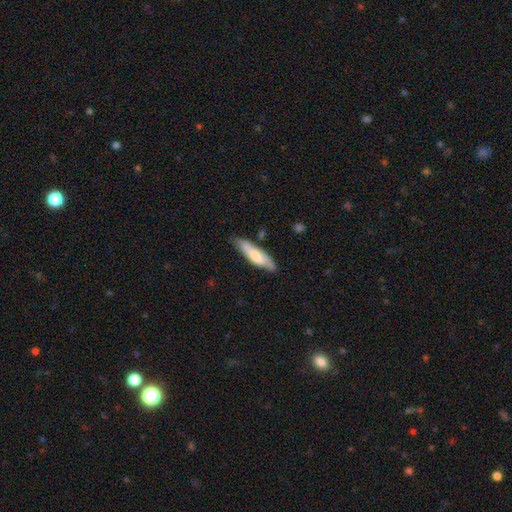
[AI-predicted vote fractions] A smooth galaxy with no disk features (65%) that is cigar-shaped (67%). Merging: none (73%).